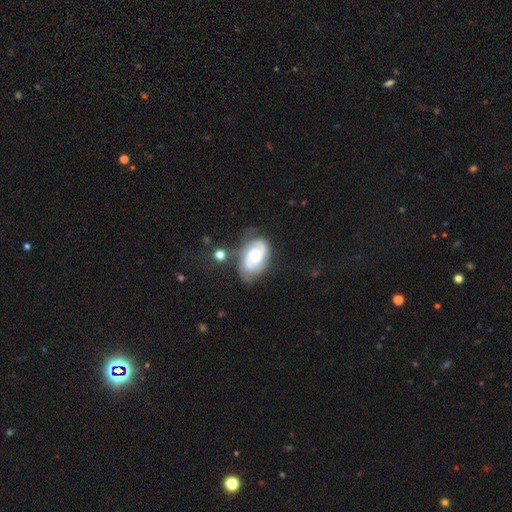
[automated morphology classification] This is likely a featured or disk galaxy (75%). It is clearly not viewed edge-on (96%). Bar: possibly no (60%). Spiral arm pattern: clearly yes (92%). Spiral arm count: likely 2 (65%). Spiral winding: possibly tight (49%). Central bulge: possibly moderate (53%). Merging: possibly none (60%).